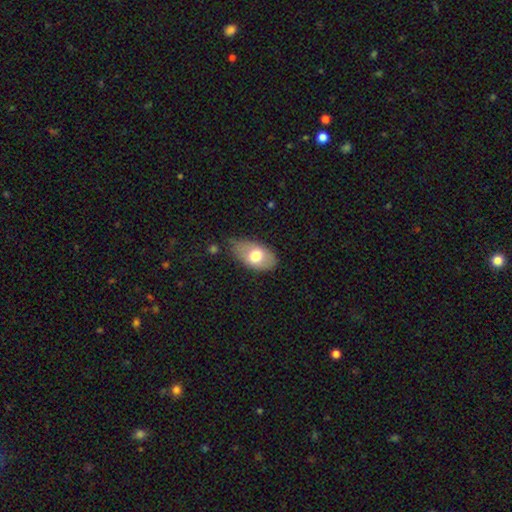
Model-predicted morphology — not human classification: smooth 68%, featured or disk 25%, star or artifact 7%. Down the decision tree: how rounded — in between (92%); merging — none (60%).